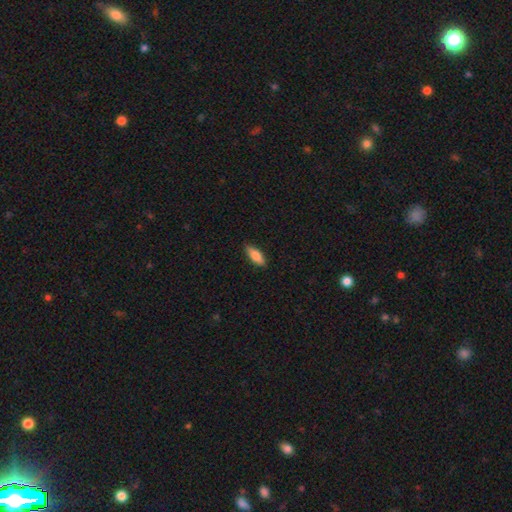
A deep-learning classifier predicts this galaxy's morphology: This is clearly a smooth galaxy (81%). How rounded: likely in between (68%). Merging: clearly none (87%).